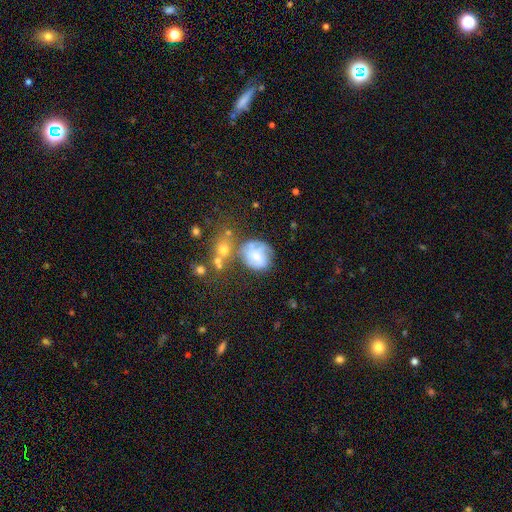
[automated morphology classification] Overall: featured or disk (59%; smooth 31%). Edge-on disk: no (98%). Bar: no (61%; weak 32%). Spiral arms: yes (82%). Bulge size: small (55%; moderate 30%). Merging: none (44%; minor disturbance 23%).